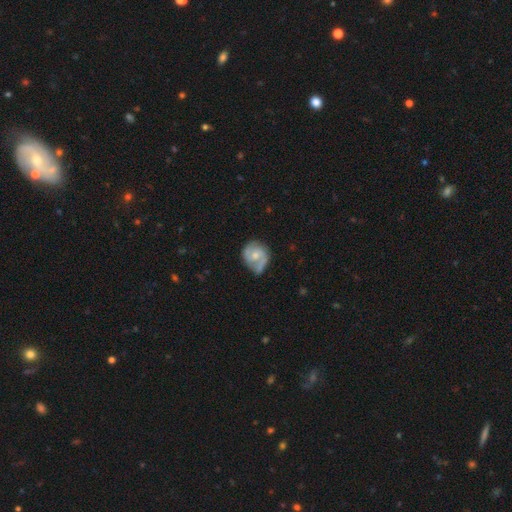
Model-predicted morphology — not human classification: smooth_or_featured: featured or disk (p=0.71) [alt: smooth p=0.24]
disk_edge_on: no (p=0.98) [alt: yes p=0.02]
bar: no (p=0.51) [alt: weak p=0.41]
has_spiral_arms: yes (p=0.89) [alt: no p=0.11]
spiral_winding: medium (p=0.47) [alt: tight p=0.33]
spiral_arm_count: 2 (p=0.77) [alt: can't tell p=0.10]
bulge_size: moderate (p=0.54) [alt: small p=0.38]
merging: none (p=0.56) [alt: minor disturbance p=0.29]